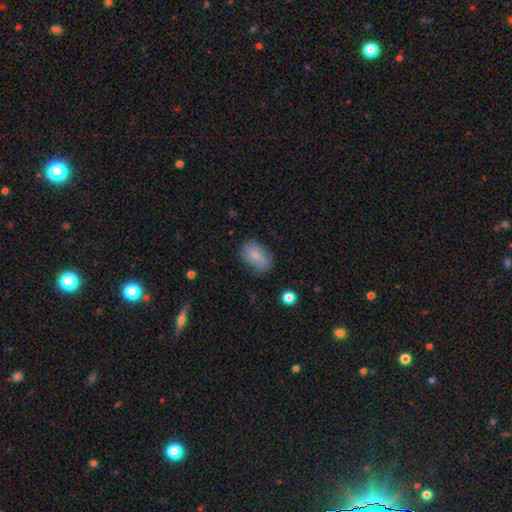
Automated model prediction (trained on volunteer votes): This appears to be a smooth galaxy with no disk features (74%) that is in between round and cigar-shaped (88%). Merging: none (72%).